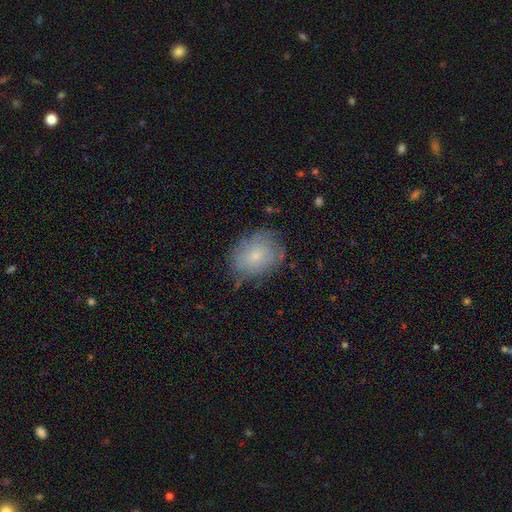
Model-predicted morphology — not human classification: This is likely a smooth galaxy (65%). How rounded: likely in between (65%). Merging: likely none (66%).